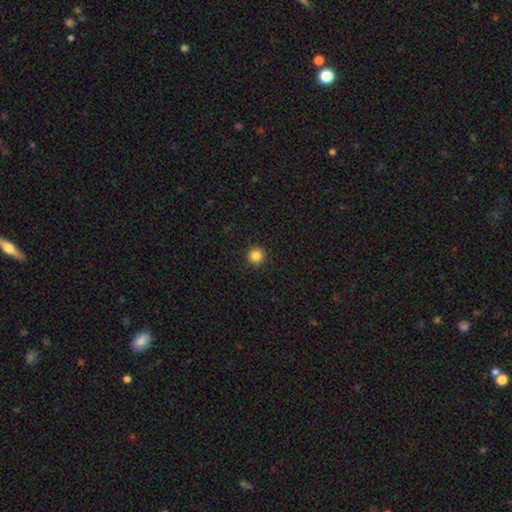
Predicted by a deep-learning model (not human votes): This is clearly a smooth galaxy (85%). How rounded: clearly round (96%). Merging: clearly none (93%).